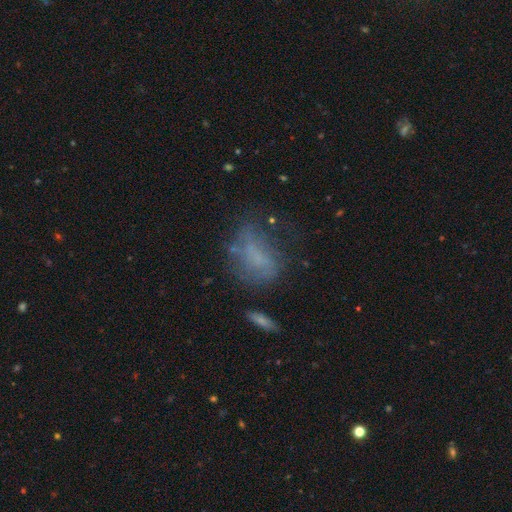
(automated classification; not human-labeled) smooth-or-featured: smooth: 49% | featured or disk: 34% | star or artifact: 18%
  merging: none: 44% | major disturbance: 25% | minor disturbance: 24% | merger: 7%